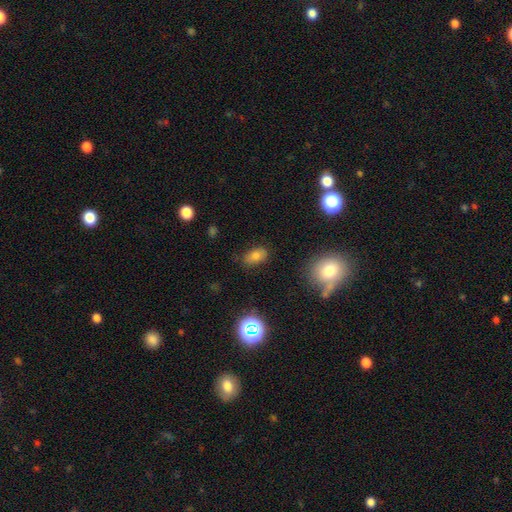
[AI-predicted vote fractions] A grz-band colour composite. It shows a smooth galaxy with no disk features (74%) that is in between round and cigar-shaped (87%). Merging: none (79%).